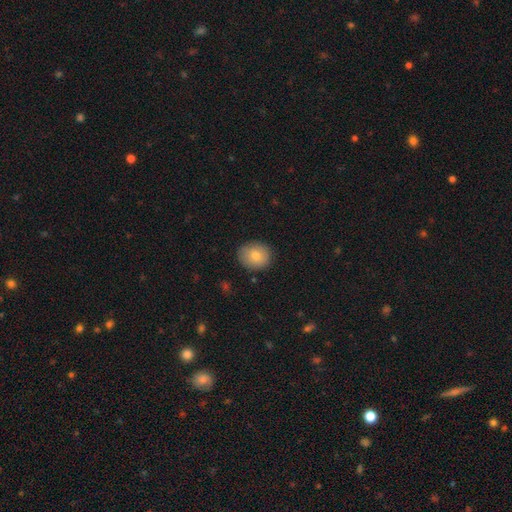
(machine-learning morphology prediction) Overall: smooth (79%). How rounded: round (72%). Merging: none (87%).